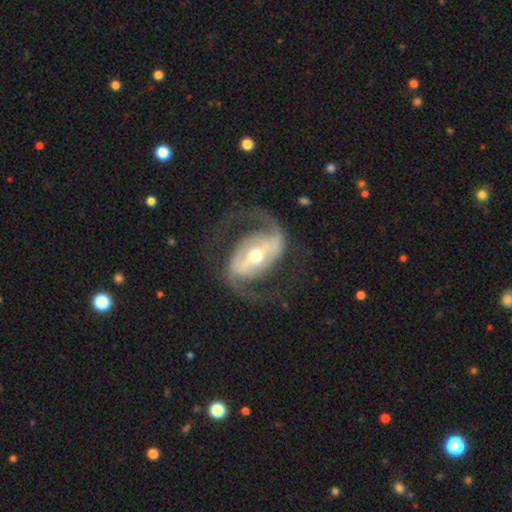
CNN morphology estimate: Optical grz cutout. It shows a featured or disk galaxy (92%) with a strong bar (61%), 2 (93%) medium (54%) spiral arms (97%) and a moderate central bulge (59%). Merging: none (77%).